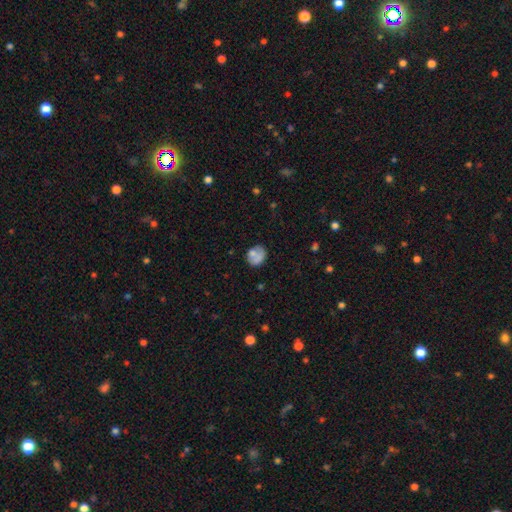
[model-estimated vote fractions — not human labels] Morphology: type=smooth (73%); roundness=round (66%); merging=none (56%).